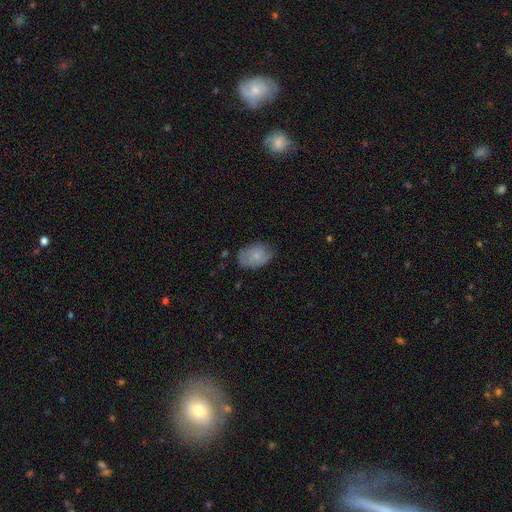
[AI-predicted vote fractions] smooth_or_featured: smooth (p=0.72) [alt: featured or disk p=0.21]
how_rounded: in between (p=0.80) [alt: round p=0.18]
merging: none (p=0.65) [alt: minor disturbance p=0.27]